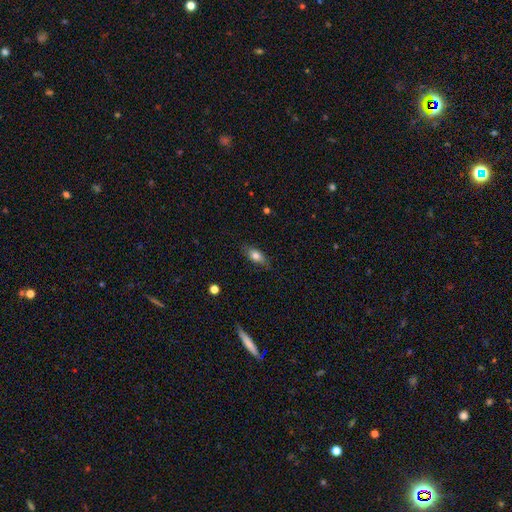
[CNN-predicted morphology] Smooth or featured: smooth — 78% (featured or disk — 14%)
How rounded: in between — 84% (cigar-shaped — 10%)
Merging: none — 79% (minor disturbance — 16%)